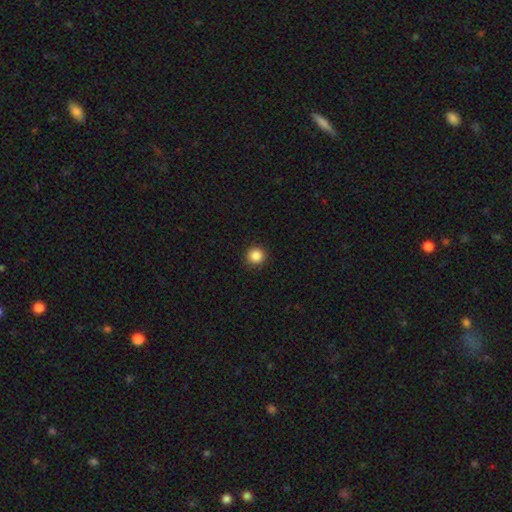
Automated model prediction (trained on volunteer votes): Smooth or featured? smooth (87%)
How rounded? round (94%)
Merging? none (93%)